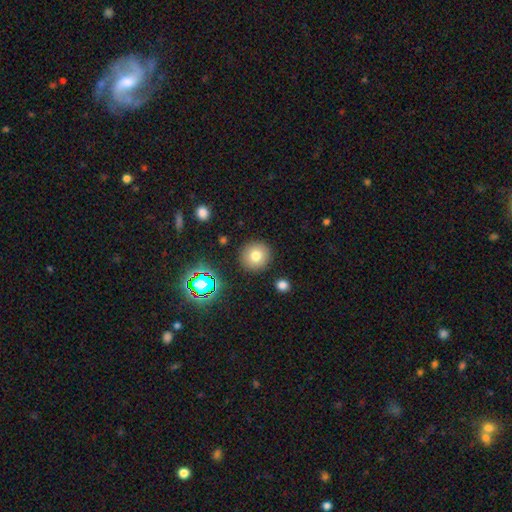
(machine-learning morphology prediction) Smooth or featured? Predicted: smooth (p=0.76). How rounded? Predicted: round (p=0.93). Merging? Predicted: none (p=0.90).